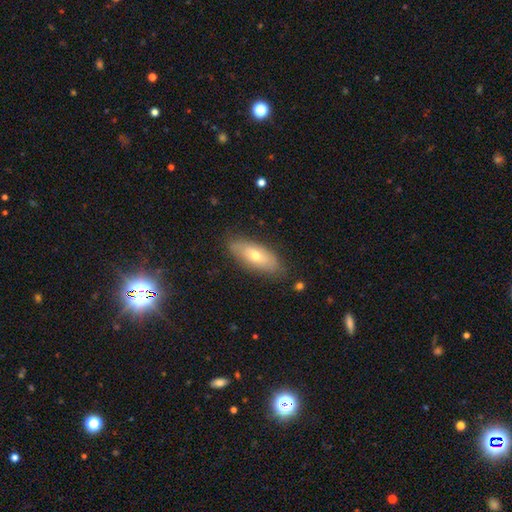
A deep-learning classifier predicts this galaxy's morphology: A smooth galaxy with no disk features (56%) that is in between round and cigar-shaped (76%).

Vote fractions:
- Smooth or featured? smooth: 56% / featured or disk: 37% / star or artifact: 7%
- How rounded? in between: 76% / cigar-shaped: 21% / round: 3%
- Merging? none: 80% / minor disturbance: 15% / major disturbance: 3% / merger: 1%